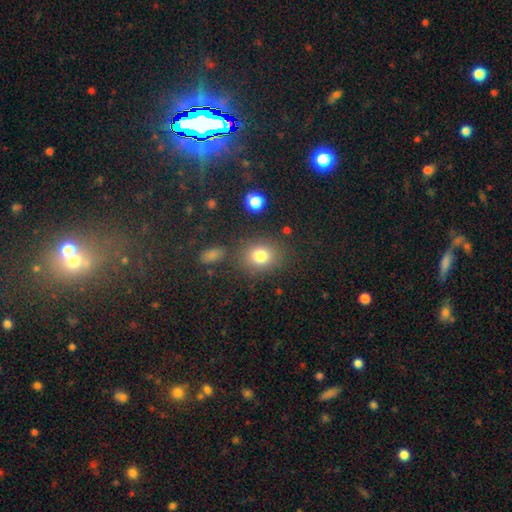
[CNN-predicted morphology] Overall: smooth (70%). How rounded: round (62%; in between 36%). Merging: none (81%).